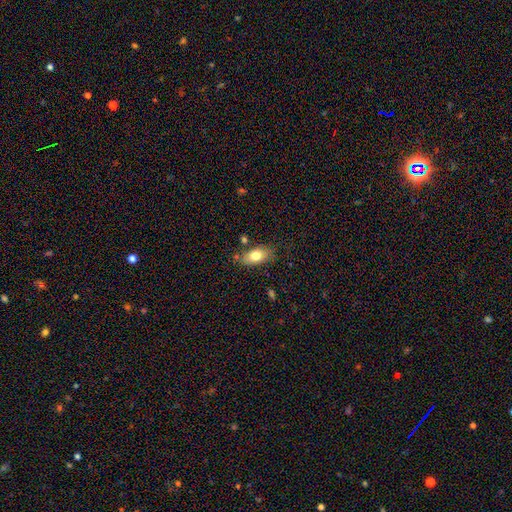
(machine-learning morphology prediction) Smooth or featured: smooth — 78% (featured or disk — 15%)
How rounded: in between — 89% (round — 6%)
Merging: none — 76% (minor disturbance — 16%)